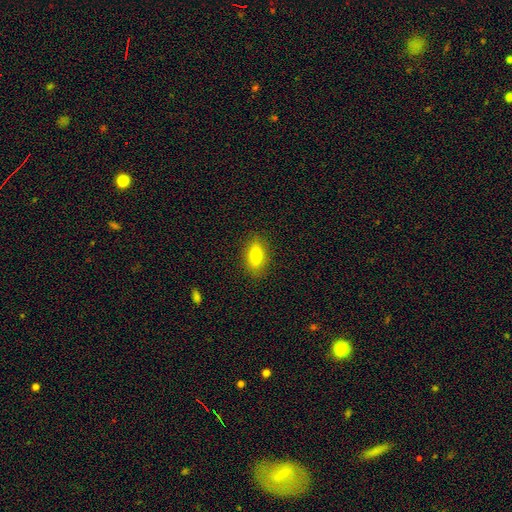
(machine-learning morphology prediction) A smooth galaxy with no disk features (76%) that is in between round and cigar-shaped (83%). Merging: none (88%).